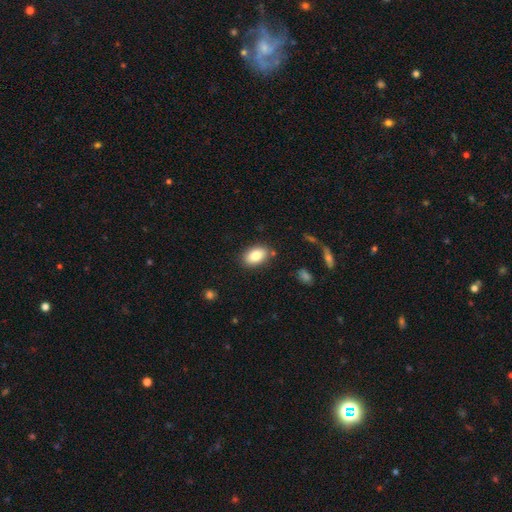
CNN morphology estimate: smooth 83%, featured or disk 9%, star or artifact 8%. Down the decision tree: how rounded — in between (88%); merging — none (84%).